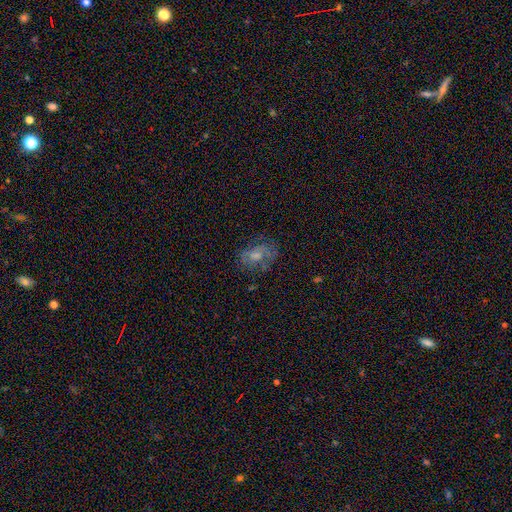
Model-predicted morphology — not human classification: featured or disk 45%, smooth 34%, star or artifact 21%. Down the decision tree: merging — none (69%).